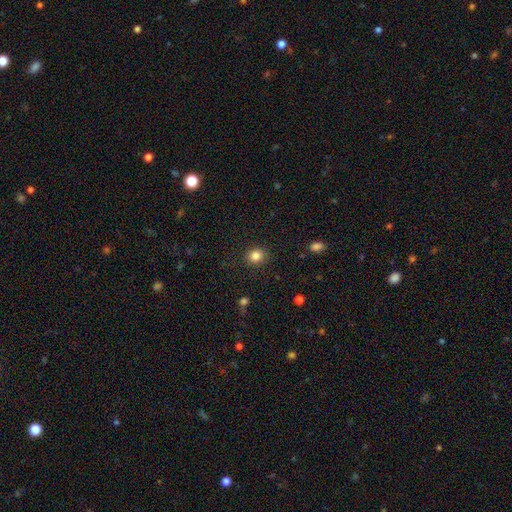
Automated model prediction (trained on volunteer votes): Smooth or featured?
  - smooth: 84% *
  - star or artifact: 11%
  - featured or disk: 5%
How rounded?
  - round: 75% *
  - in between: 24%
  - cigar-shaped: 1%
Merging?
  - none: 88% *
  - minor disturbance: 8%
  - major disturbance: 3%
  - merger: 1%